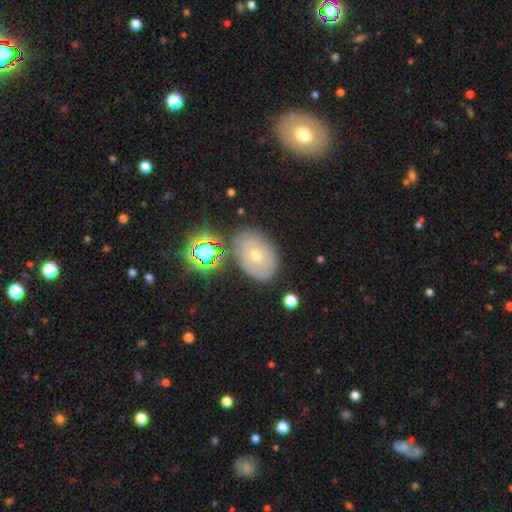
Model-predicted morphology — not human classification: Smooth or featured? Predicted: smooth (p=0.46). Merging? Predicted: none (p=0.78).